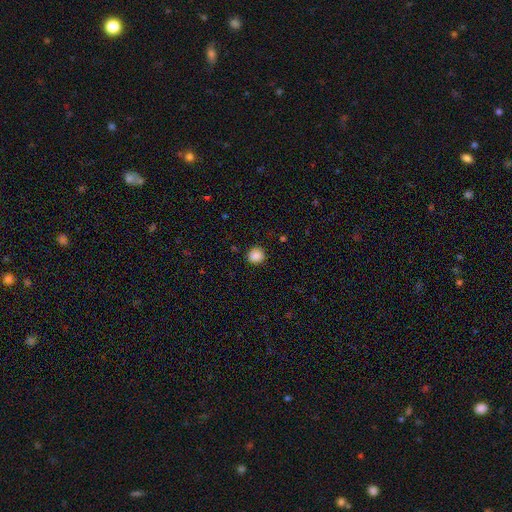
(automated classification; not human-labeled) This appears to be a smooth galaxy with no disk features (88%) that is round (90%). Merging: none (90%).